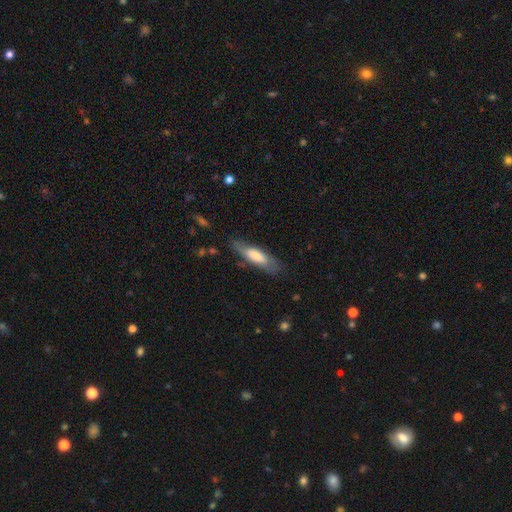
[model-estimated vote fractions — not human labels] smooth-or-featured: smooth: 62% | featured or disk: 32% | star or artifact: 6%
  how-rounded: cigar-shaped: 54% | in between: 45% | round: 2%
  merging: none: 74% | minor disturbance: 19% | major disturbance: 6% | merger: 2%